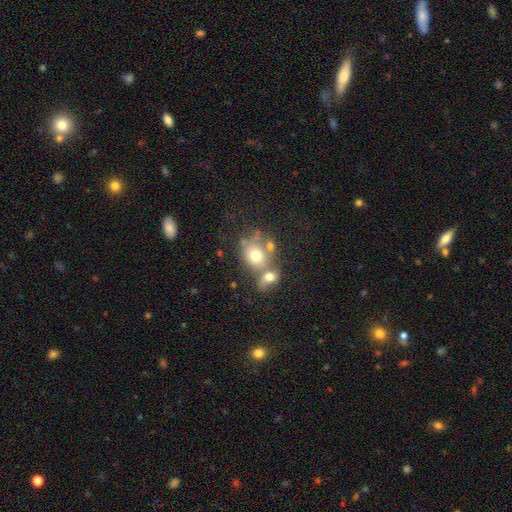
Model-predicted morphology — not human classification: smooth 69%, featured or disk 19%, star or artifact 12%. Down the decision tree: how rounded — round (61%); merging — merger (49%).